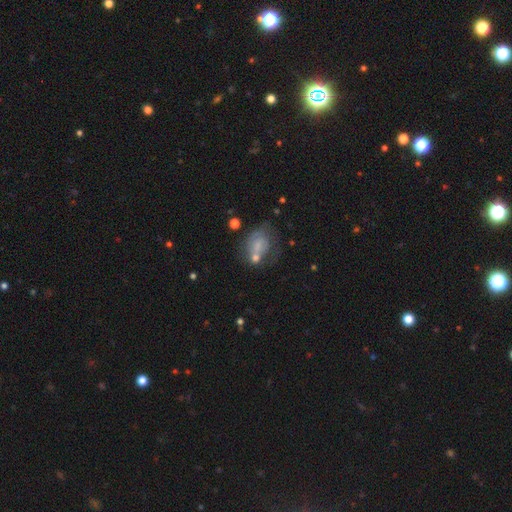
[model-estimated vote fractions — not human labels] Smooth or featured?
  - featured or disk: 42% * (tied)
  - smooth: 42% * (tied)
  - star or artifact: 16%
Merging?
  - none: 38% *
  - merger: 21%
  - minor disturbance: 21%
  - major disturbance: 20%